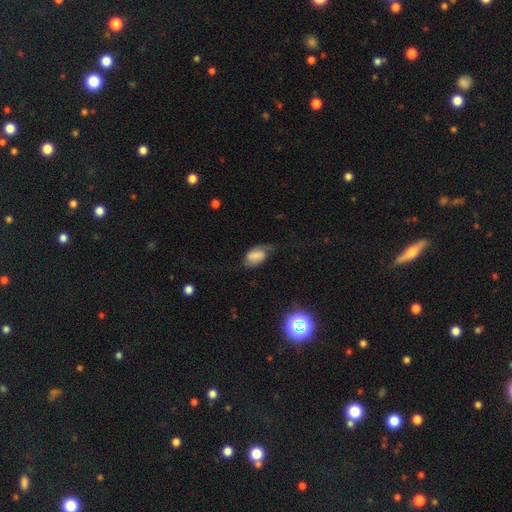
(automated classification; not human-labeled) The model was most divided on "merging": none: 45%, minor disturbance: 32%, major disturbance: 20%, merger: 2%. More confident: how rounded — in between (89%); smooth or featured — smooth (59%).